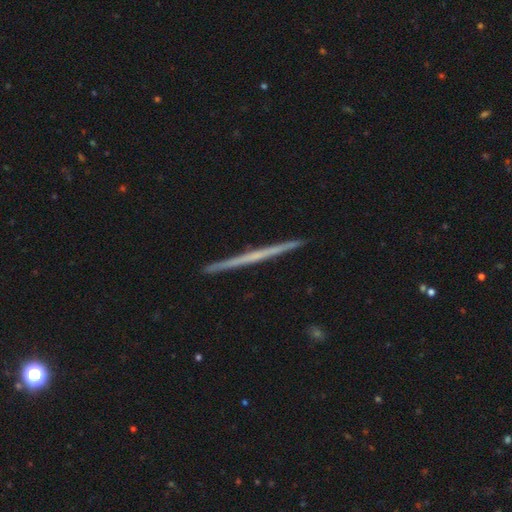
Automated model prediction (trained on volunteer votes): smooth-or-featured: featured or disk: 69% | smooth: 25% | star or artifact: 6%
  disk-edge-on: yes: 98% | no: 2%
    edge-on-bulge: none: 81% | rounded: 15% | boxy: 4%
  merging: none: 93% | minor disturbance: 5% | merger: 1% | major disturbance: 1%